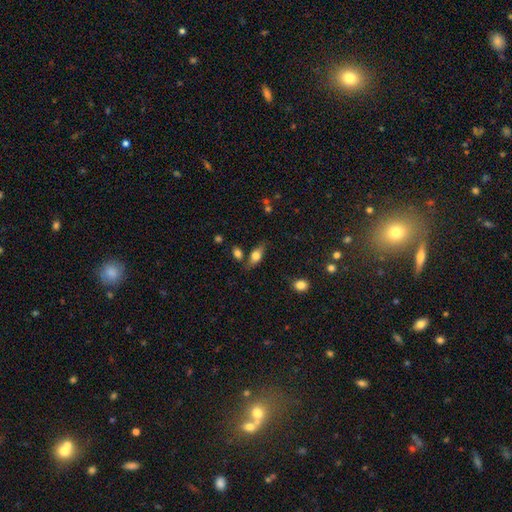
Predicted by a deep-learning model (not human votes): Morphology: type=smooth (67%); roundness=in between (80%); merging=none (68%).